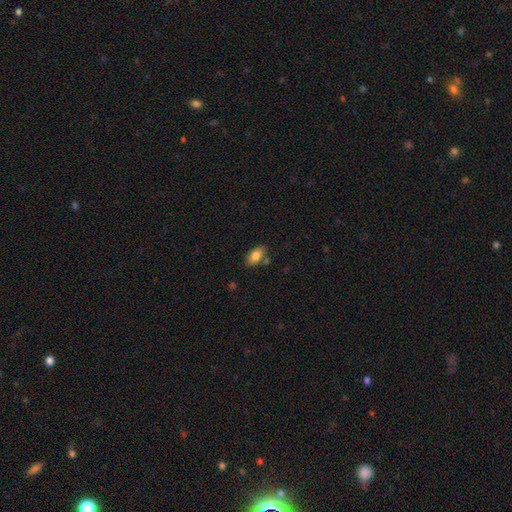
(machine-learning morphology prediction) A smooth galaxy with no disk features (83%) that is in between round and cigar-shaped (91%). Merging: none (74%).